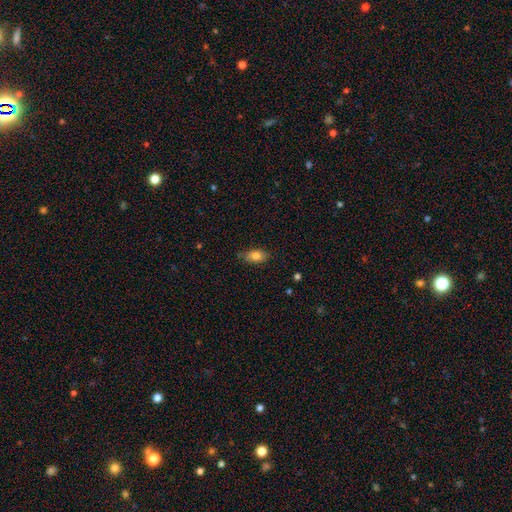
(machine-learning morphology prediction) This appears to be a smooth galaxy with no disk features (82%) that is in between round and cigar-shaped (86%). Merging: none (76%).